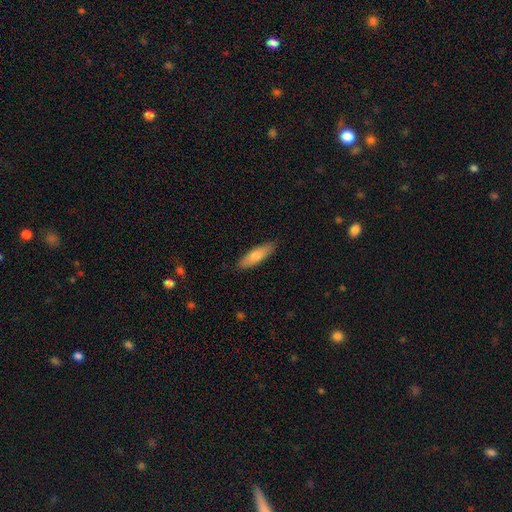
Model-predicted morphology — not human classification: The model was most divided on "how rounded": cigar-shaped: 57%, in between: 41%, round: 2%. More confident: merging — none (88%); smooth or featured — smooth (72%).